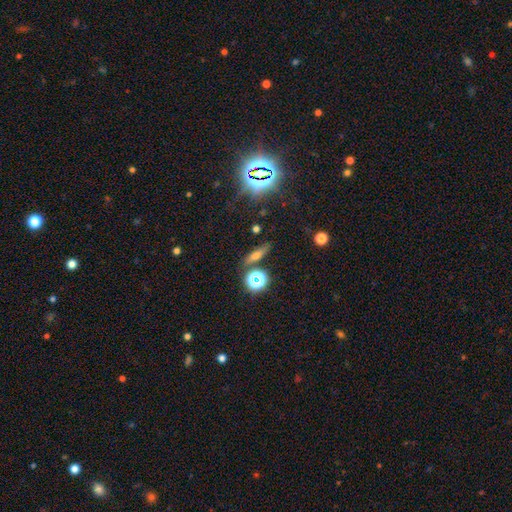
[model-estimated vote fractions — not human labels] Smooth or featured? smooth (47%)
Merging? none (79%)